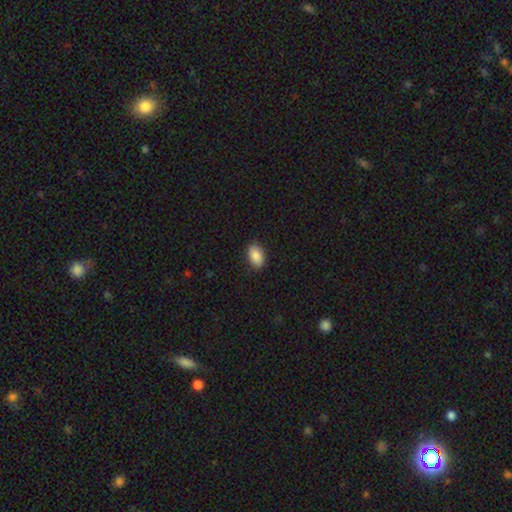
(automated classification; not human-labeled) A smooth galaxy with no disk features (88%) that is in between round and cigar-shaped (92%).

Vote fractions:
- Smooth or featured? smooth: 88% / star or artifact: 7% / featured or disk: 5%
- How rounded? in between: 92% / round: 7% / cigar-shaped: 2%
- Merging? none: 88% / minor disturbance: 9% / major disturbance: 2% / merger: 1%